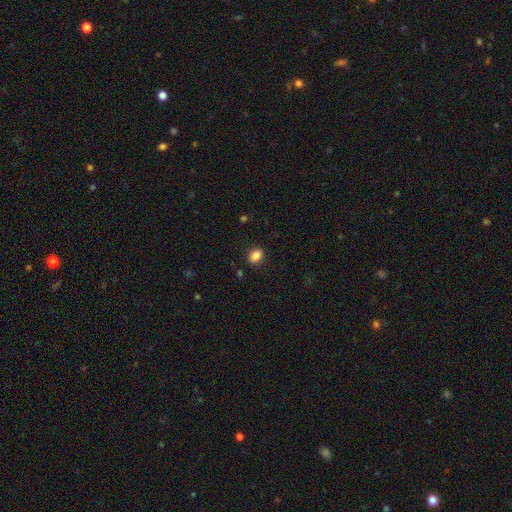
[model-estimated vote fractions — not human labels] This is clearly a smooth galaxy (86%). How rounded: likely in between (67%). Merging: clearly none (88%).